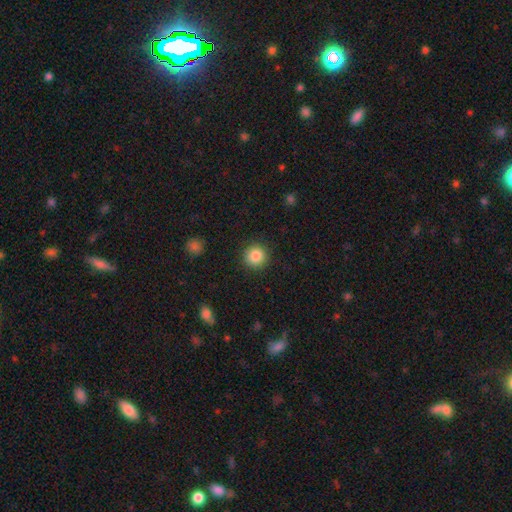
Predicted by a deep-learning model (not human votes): A smooth galaxy with no disk features (86%) that is round (94%). Merging: none (91%).